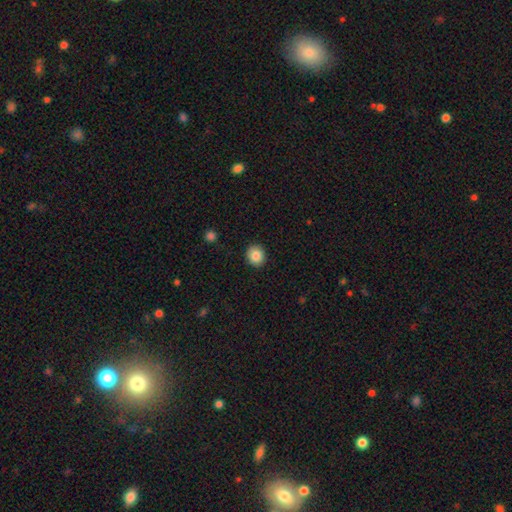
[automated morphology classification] Overall: smooth (85%). How rounded: round (80%). Merging: none (91%).